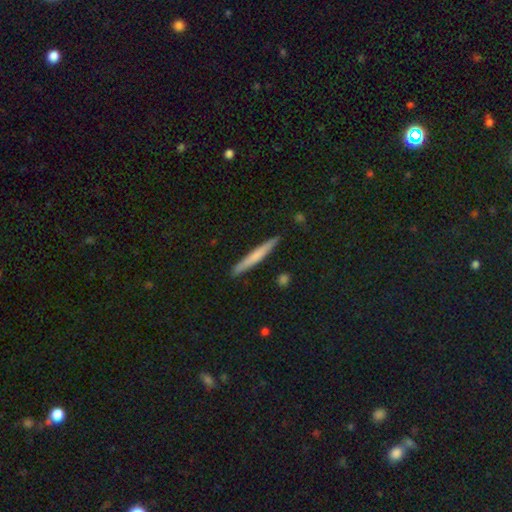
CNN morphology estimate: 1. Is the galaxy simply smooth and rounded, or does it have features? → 62% smooth, 32% featured or disk, 6% star or artifact.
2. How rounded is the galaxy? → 96% cigar-shaped, 2% in between, 1% round.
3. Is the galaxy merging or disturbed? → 90% none, 7% minor disturbance, 1% major disturbance, 1% merger.